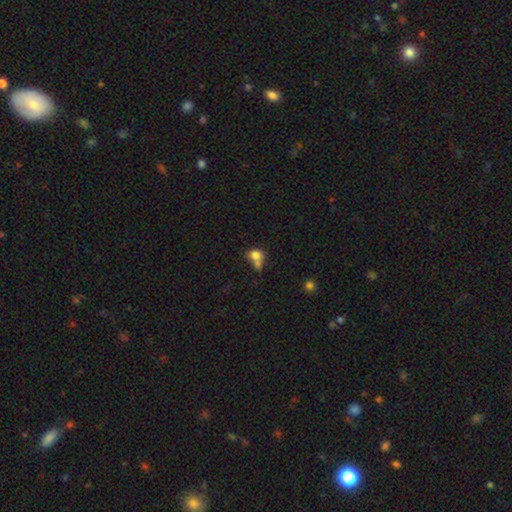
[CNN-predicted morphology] A smooth galaxy with no disk features (75%) that is round (51%).

Vote fractions:
- Smooth or featured? smooth: 75% / featured or disk: 14% / star or artifact: 11%
- How rounded? round: 51% / in between: 47% / cigar-shaped: 2%
- Merging? merger: 51% / none: 27% / minor disturbance: 13% / major disturbance: 9%